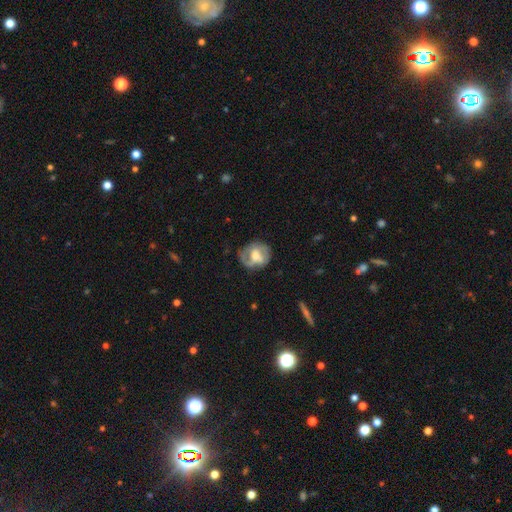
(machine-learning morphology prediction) smooth-or-featured: featured or disk: 58% | smooth: 35% | star or artifact: 7%
  disk-edge-on: no: 96% | yes: 4%
    bar: weak: 43% | no: 38% | strong: 19%
    has-spiral-arms: yes: 67% | no: 33%
    bulge-size: moderate: 56% | small: 21% | large: 16% | none: 5% | dominant: 2%
  merging: none: 63% | minor disturbance: 23% | major disturbance: 12% | merger: 2%